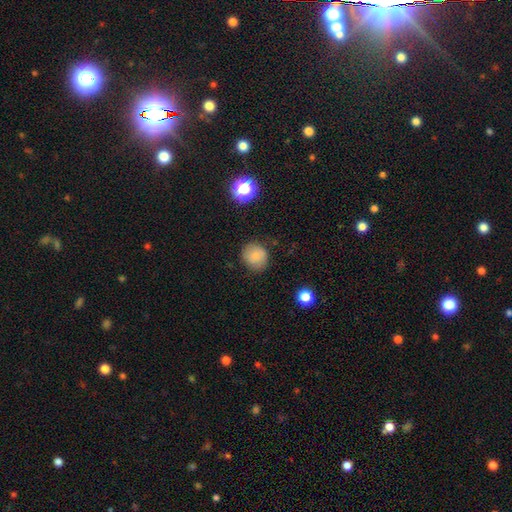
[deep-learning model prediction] smooth-or-featured: smooth: 80% | star or artifact: 11% | featured or disk: 9%
  how-rounded: round: 84% | in between: 15% | cigar-shaped: 1%
  merging: none: 82% | minor disturbance: 13% | major disturbance: 3% | merger: 1%